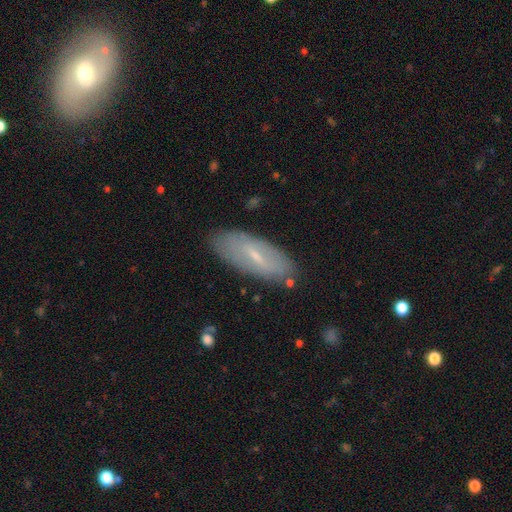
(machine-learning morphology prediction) featured or disk 49%, smooth 44%, star or artifact 8%. Down the decision tree: merging — none (81%).